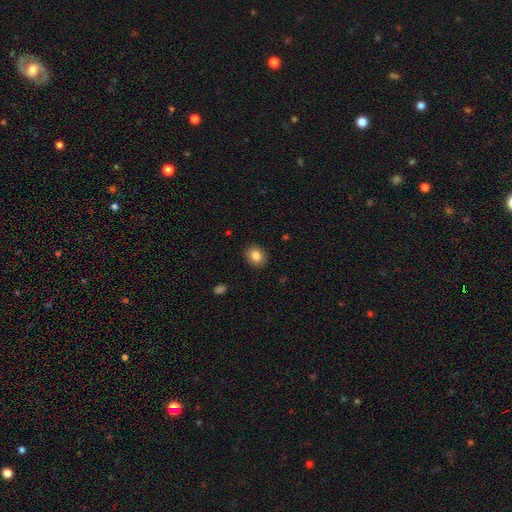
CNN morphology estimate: This is clearly a smooth galaxy (83%). How rounded: likely round (62%). Merging: clearly none (90%).